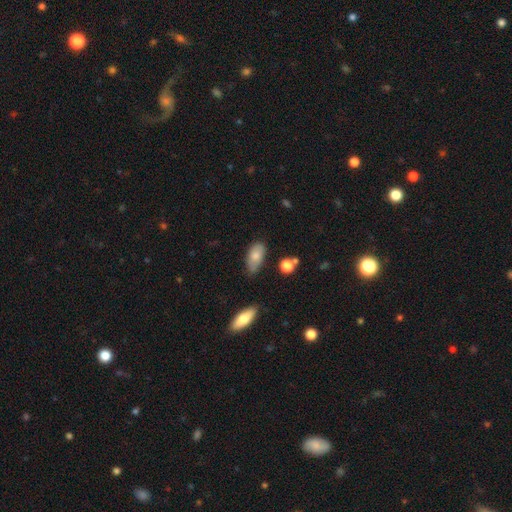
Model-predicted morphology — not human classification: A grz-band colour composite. It shows a smooth galaxy with no disk features (79%) that is in between round and cigar-shaped (90%). Merging: none (61%).